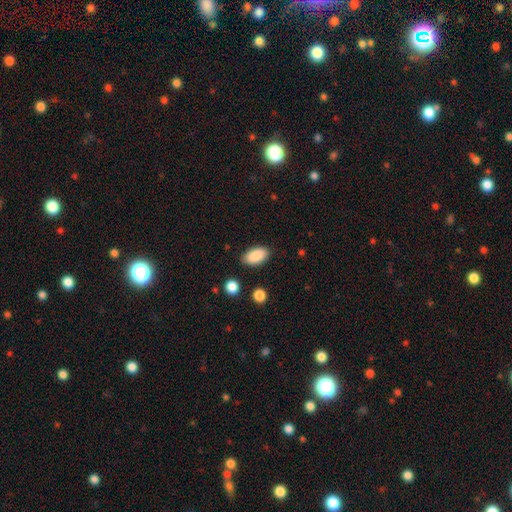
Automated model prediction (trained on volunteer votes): The model was most divided on "merging": none: 85%, minor disturbance: 11%, major disturbance: 3%, merger: 2%. More confident: how rounded — in between (93%); smooth or featured — smooth (89%).